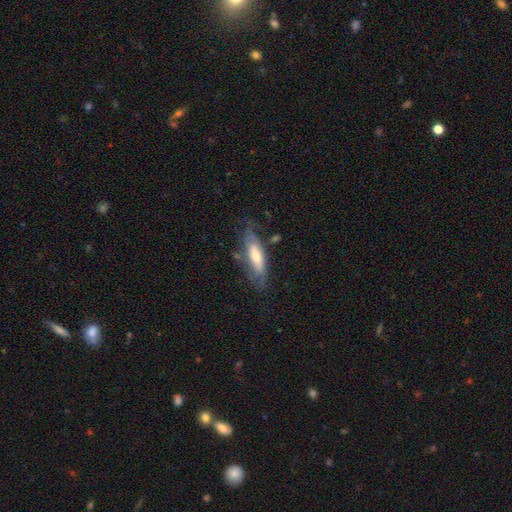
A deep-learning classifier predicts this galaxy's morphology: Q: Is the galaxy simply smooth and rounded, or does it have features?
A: featured or disk — 49%.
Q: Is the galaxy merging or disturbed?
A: none — 62%.